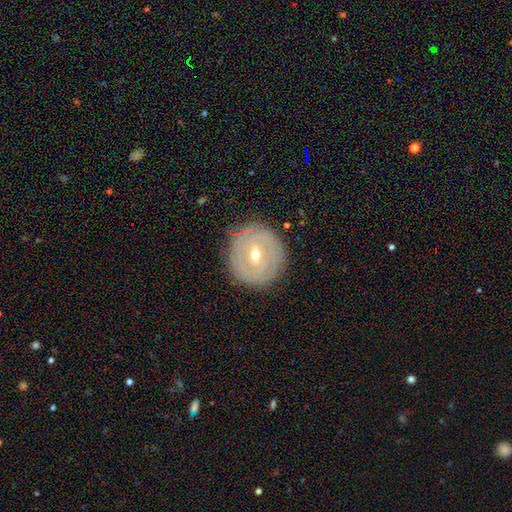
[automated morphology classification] Overall: featured or disk (71%). Edge-on disk: no (95%). Bar: weak (51%; no 28%). Spiral arms: yes (67%; no 33%). Bulge size: moderate (57%; small 40%). Merging: none (86%).